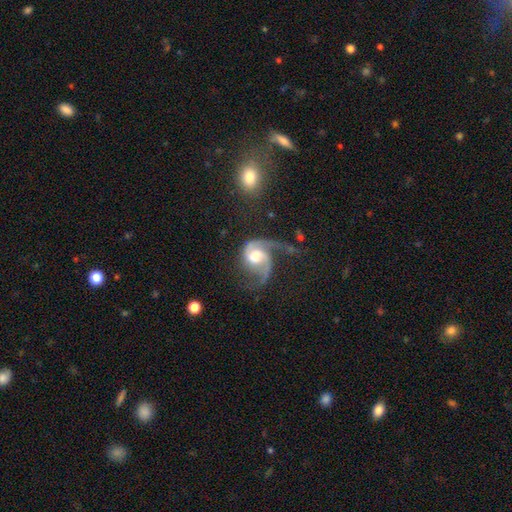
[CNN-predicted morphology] Q: Smooth or featured?
A: featured or disk (86%); runner-up: smooth (9%)
Q: Edge-on disk?
A: no (98%); runner-up: yes (2%)
Q: Bar?
A: no (62%); runner-up: weak (31%)
Q: Spiral arms?
A: yes (97%); runner-up: no (3%)
Q: Spiral winding?
A: medium (44%); runner-up: loose (42%)
Q: Spiral arm count?
A: 2 (75%); runner-up: 1 (15%)
Q: Bulge size?
A: moderate (56%); runner-up: large (26%)
Q: Merging?
A: none (42%); runner-up: major disturbance (34%)